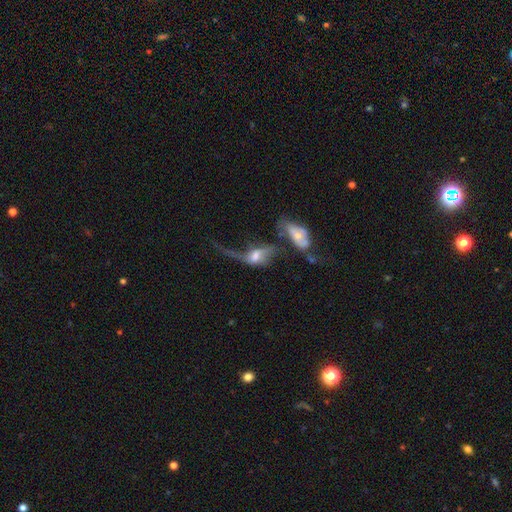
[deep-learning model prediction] A featured or disk galaxy (57%). Merging: merger (44%).